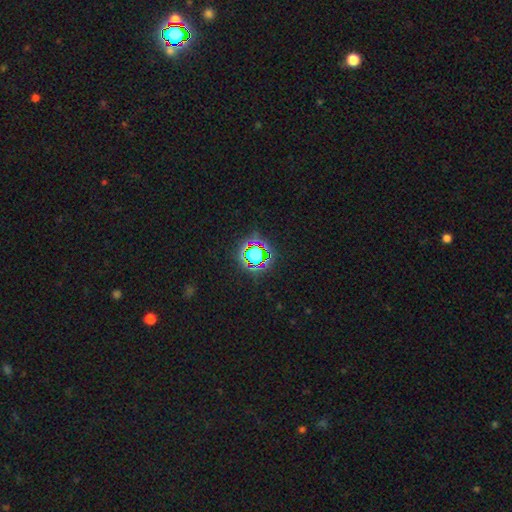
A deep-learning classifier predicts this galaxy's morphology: star or artifact 65%, smooth 23%, featured or disk 12%.